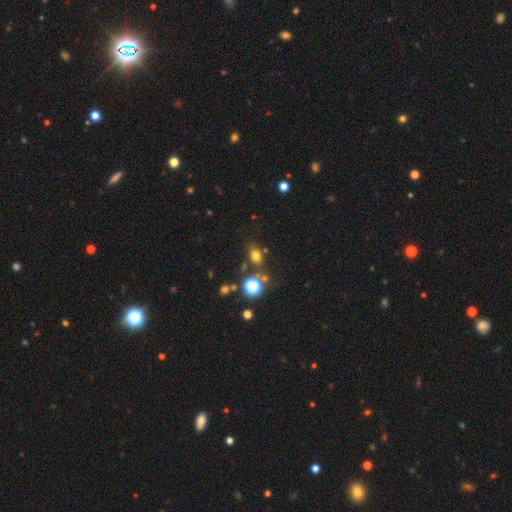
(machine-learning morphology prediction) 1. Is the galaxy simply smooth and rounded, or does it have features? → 69% smooth, 22% star or artifact, 9% featured or disk.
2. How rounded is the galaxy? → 62% in between, 35% round, 2% cigar-shaped.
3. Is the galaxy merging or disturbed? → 72% none, 13% minor disturbance, 9% merger, 5% major disturbance.